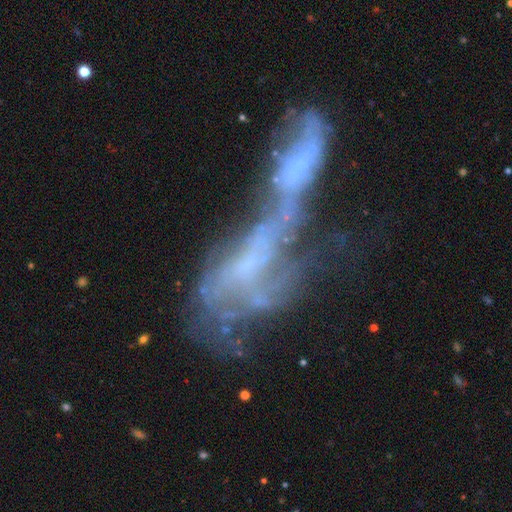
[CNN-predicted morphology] A featured or disk galaxy (69%) with no bar (63%), spiral arms (57%) and no central bulge (41%). Merging: merger (76%).